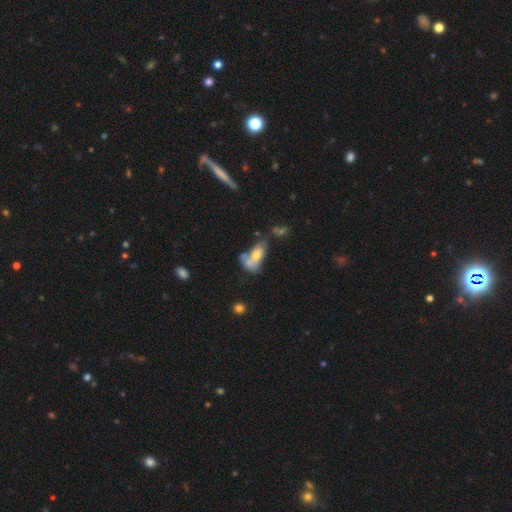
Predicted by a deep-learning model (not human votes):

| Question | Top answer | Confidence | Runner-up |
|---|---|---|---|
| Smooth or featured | smooth | 58% | featured or disk (31%) |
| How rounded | in between | 84% | cigar-shaped (9%) |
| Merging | merger | 50% | none (25%) |